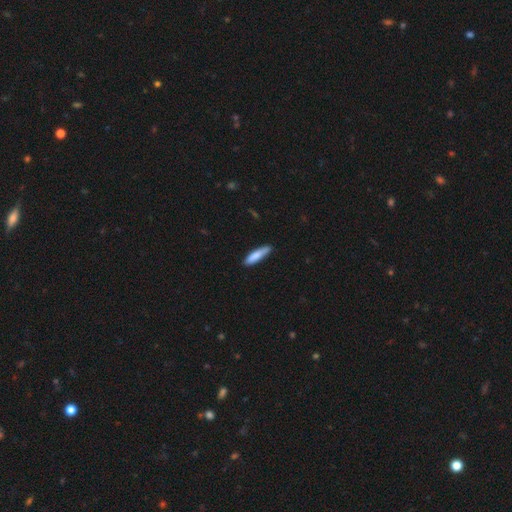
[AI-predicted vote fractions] Smooth or featured? Predicted: smooth (p=0.82). How rounded? Predicted: cigar-shaped (p=0.81). Merging? Predicted: none (p=0.81).